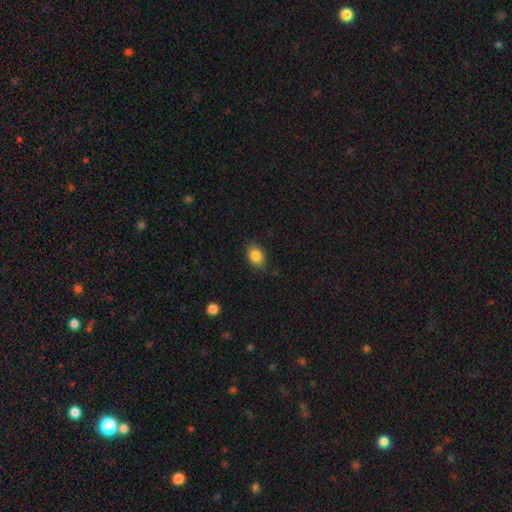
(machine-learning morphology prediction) This is clearly a smooth galaxy (85%). How rounded: likely in between (75%). Merging: likely none (79%).